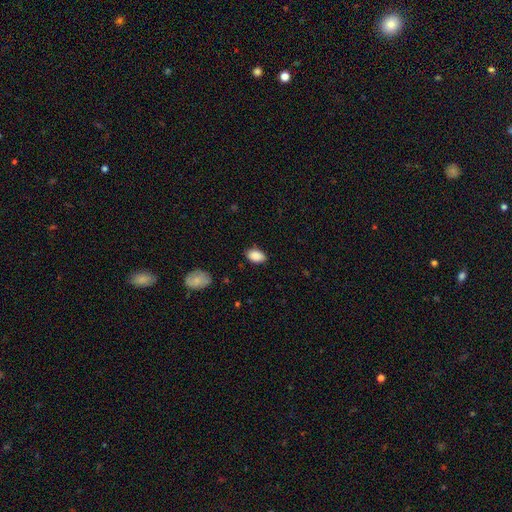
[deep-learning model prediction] Smooth or featured: smooth — 89% (star or artifact — 7%)
How rounded: in between — 91% (round — 8%)
Merging: none — 81% (minor disturbance — 15%)